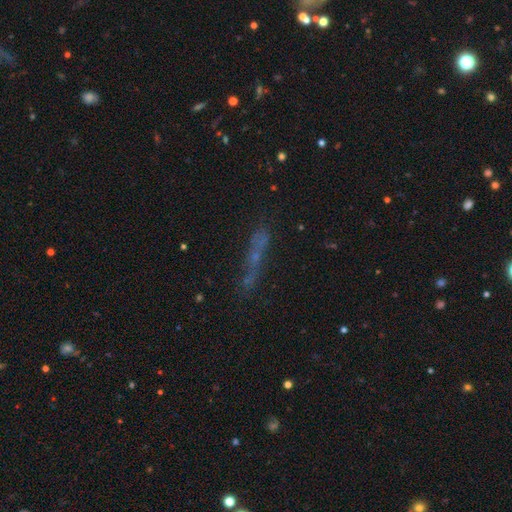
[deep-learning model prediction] The model was most divided on "smooth or featured": smooth: 40%, featured or disk: 32%, star or artifact: 28%. More confident: merging — none (61%).